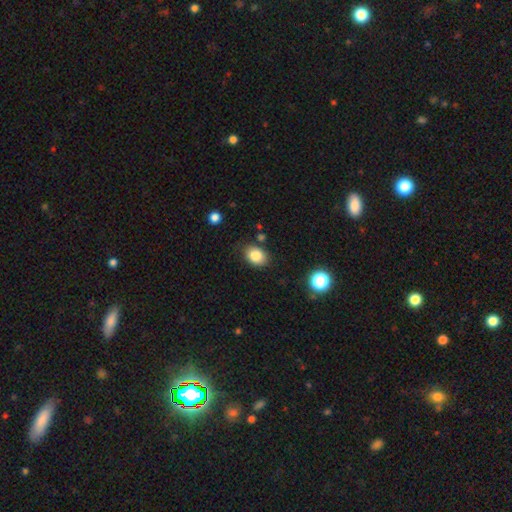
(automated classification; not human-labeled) Q: Smooth or featured?
A: smooth (84%); runner-up: star or artifact (10%)
Q: How rounded?
A: in between (62%); runner-up: round (37%)
Q: Merging?
A: none (79%); runner-up: minor disturbance (14%)